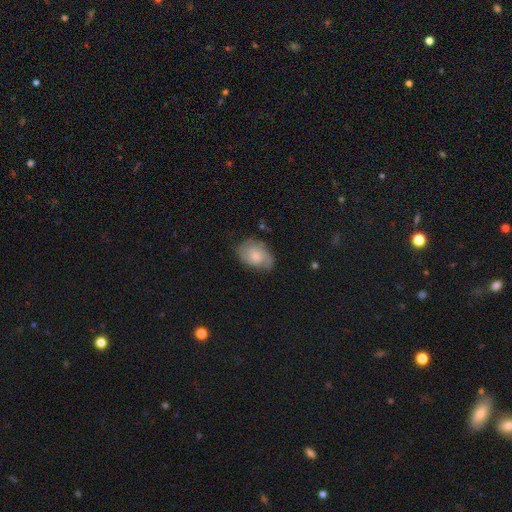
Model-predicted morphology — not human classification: smooth_or_featured: featured or disk (p=0.55) [alt: smooth p=0.38]
disk_edge_on: no (p=0.96) [alt: yes p=0.04]
bar: no (p=0.70) [alt: weak p=0.27]
has_spiral_arms: yes (p=0.88) [alt: no p=0.12]
bulge_size: small (p=0.53) [alt: moderate p=0.37]
merging: none (p=0.69) [alt: minor disturbance p=0.22]